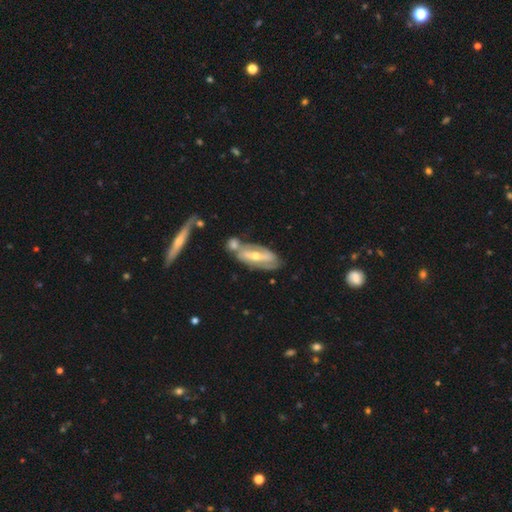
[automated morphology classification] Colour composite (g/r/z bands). It shows a featured or disk galaxy (72%) with a strong bar (45%), spiral arms (71%) and a moderate central bulge (52%). Merging: none (52%).